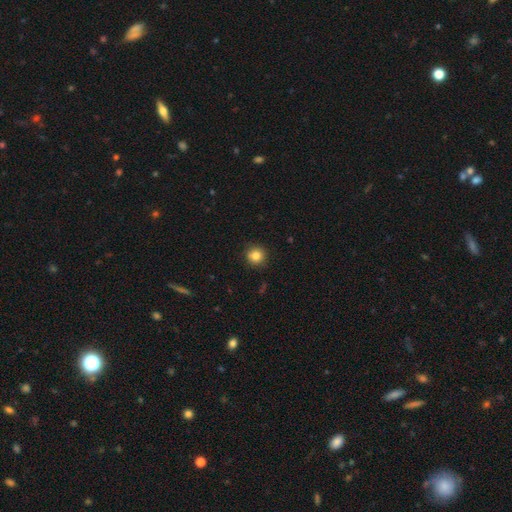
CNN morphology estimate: Smooth or featured?
  - smooth: 83% *
  - star or artifact: 11%
  - featured or disk: 6%
How rounded?
  - round: 93% *
  - in between: 6%
  - cigar-shaped: 1%
Merging?
  - none: 91% *
  - minor disturbance: 7%
  - major disturbance: 2%
  - merger: 1%